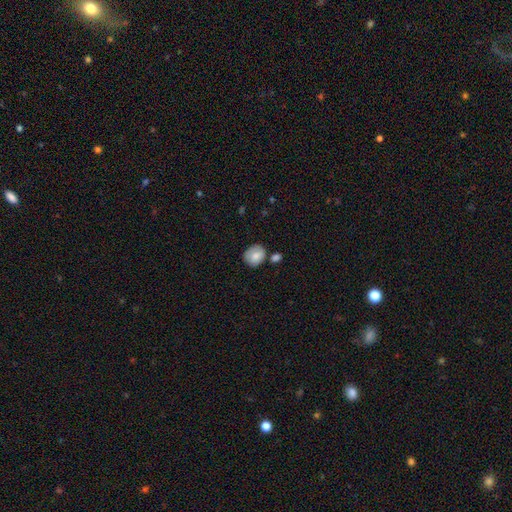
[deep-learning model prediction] smooth_or_featured: smooth (p=0.78) [alt: featured or disk p=0.14]
how_rounded: round (p=0.64) [alt: in between p=0.36]
merging: none (p=0.62) [alt: minor disturbance p=0.20]